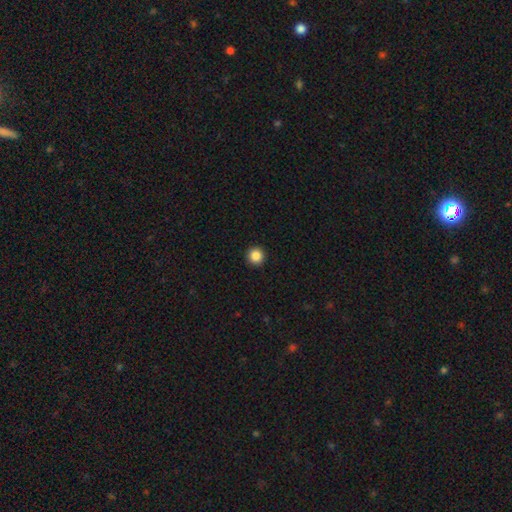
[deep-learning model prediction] smooth_or_featured: smooth (p=0.86) [alt: star or artifact p=0.10]
how_rounded: round (p=0.96) [alt: in between p=0.03]
merging: none (p=0.94) [alt: minor disturbance p=0.04]